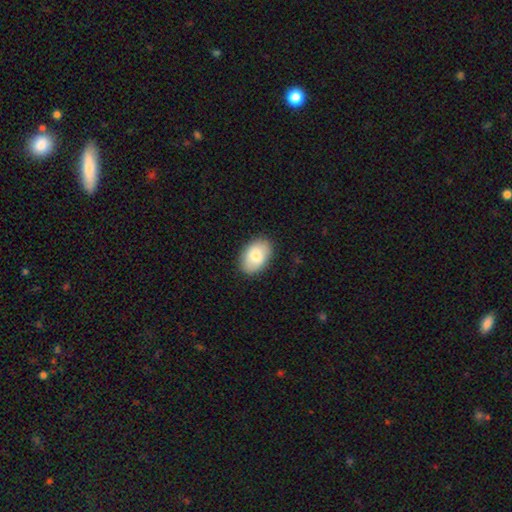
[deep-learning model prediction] This is likely a smooth galaxy (80%). How rounded: clearly in between (87%). Merging: clearly none (87%).